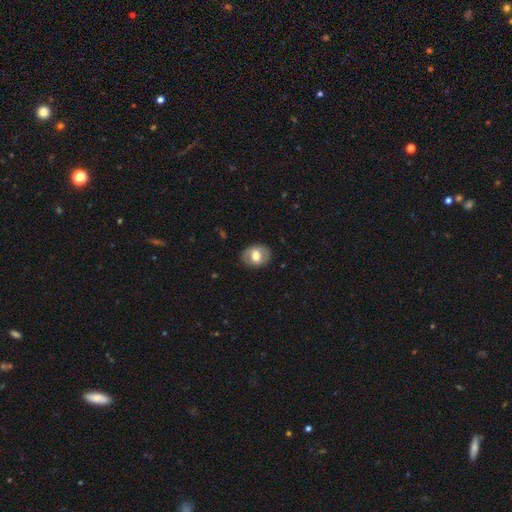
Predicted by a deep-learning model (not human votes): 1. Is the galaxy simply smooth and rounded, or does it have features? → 56% smooth, 37% featured or disk, 7% star or artifact.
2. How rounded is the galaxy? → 60% in between, 39% round, 1% cigar-shaped.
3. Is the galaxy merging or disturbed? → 83% none, 12% minor disturbance, 4% major disturbance, 1% merger.